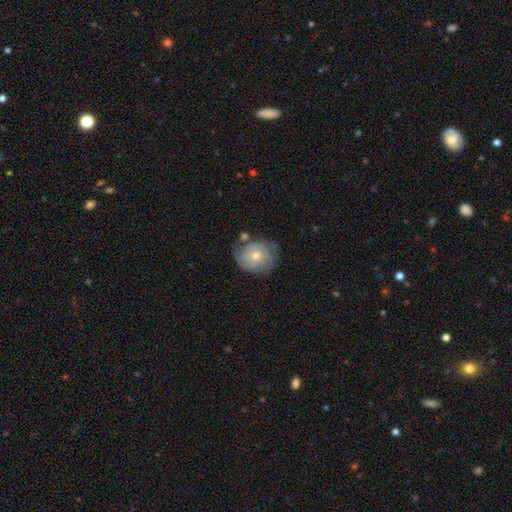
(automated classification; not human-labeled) This appears to be a featured or disk galaxy (58%) with no bar (81%), spiral arms (75%) and a moderate central bulge (51%). Merging: none (58%).